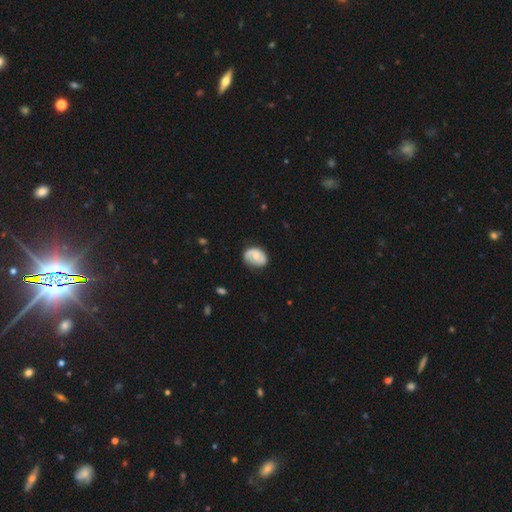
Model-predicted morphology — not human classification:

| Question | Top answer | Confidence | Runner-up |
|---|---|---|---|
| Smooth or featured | featured or disk | 52% | smooth (42%) |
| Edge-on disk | no | 97% | yes (3%) |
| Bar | no | 67% | weak (29%) |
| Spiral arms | yes | 81% | no (19%) |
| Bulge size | moderate | 43% | tied: small (43%) |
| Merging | none | 66% | minor disturbance (24%) |